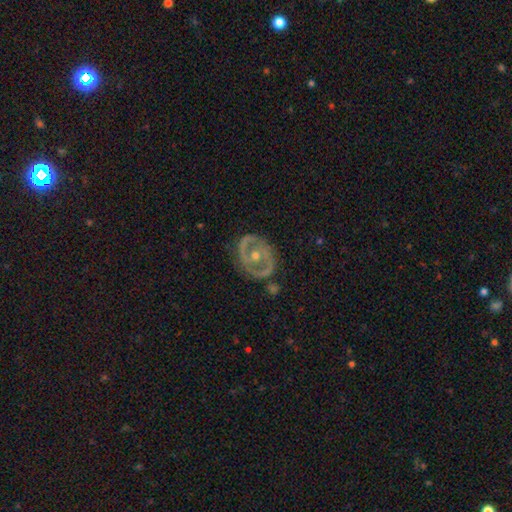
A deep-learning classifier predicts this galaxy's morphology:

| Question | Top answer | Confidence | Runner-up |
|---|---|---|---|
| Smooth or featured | featured or disk | 78% | smooth (17%) |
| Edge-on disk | no | 95% | yes (5%) |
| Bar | no | 64% | weak (22%) |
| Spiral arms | no | 54% | yes (46%) |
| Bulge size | moderate | 62% | small (34%) |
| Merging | none | 76% | minor disturbance (15%) |